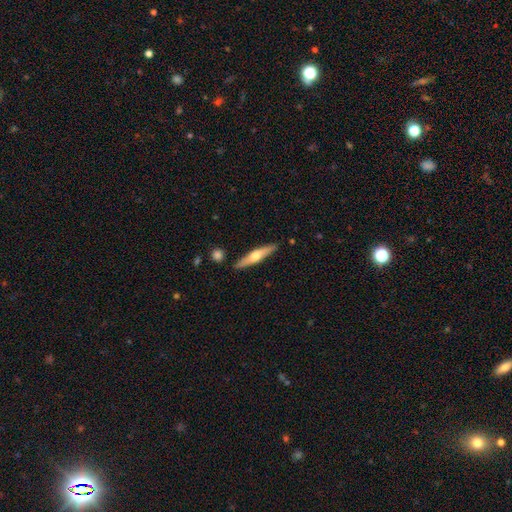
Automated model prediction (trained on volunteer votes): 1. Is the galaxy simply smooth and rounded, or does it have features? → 57% featured or disk, 37% smooth, 5% star or artifact.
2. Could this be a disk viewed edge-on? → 95% yes, 5% no.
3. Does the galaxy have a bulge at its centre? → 92% rounded, 5% none, 4% boxy.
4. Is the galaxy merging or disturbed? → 88% none, 8% minor disturbance, 3% merger, 2% major disturbance.